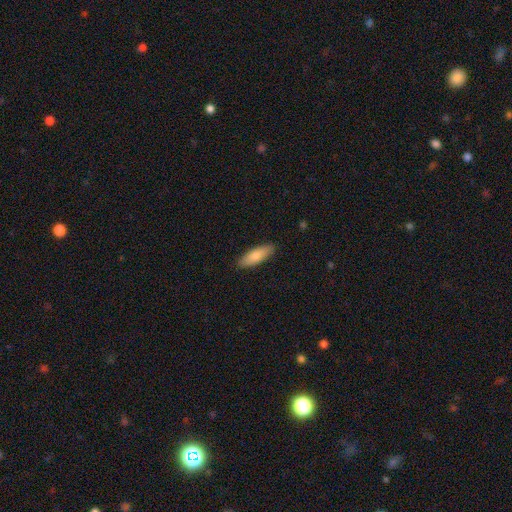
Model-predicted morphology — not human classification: Smooth or featured? Predicted: smooth (p=0.77). How rounded? Predicted: in between (p=0.58). Merging? Predicted: none (p=0.88).